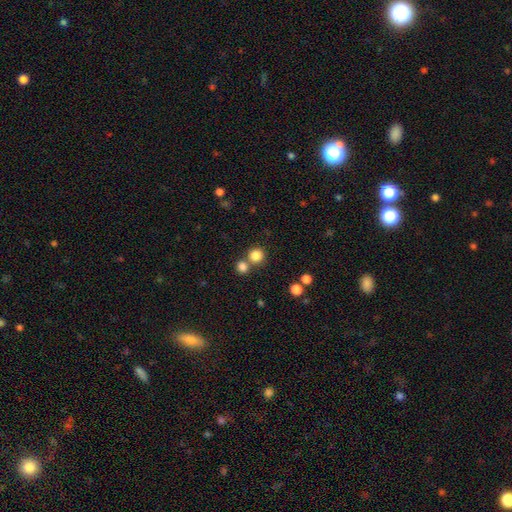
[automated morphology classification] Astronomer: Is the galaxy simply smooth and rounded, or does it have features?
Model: smooth — 82%.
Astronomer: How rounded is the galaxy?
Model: round — 92%.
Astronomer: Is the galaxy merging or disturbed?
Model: none — 65%.